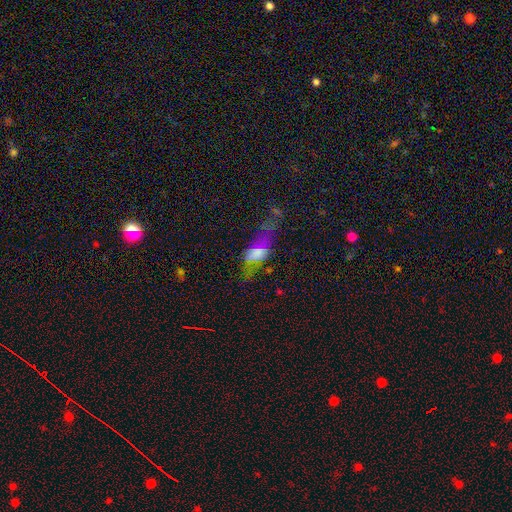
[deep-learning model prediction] smooth 44%, featured or disk 42%, star or artifact 14%. Down the decision tree: merging — none (38%).